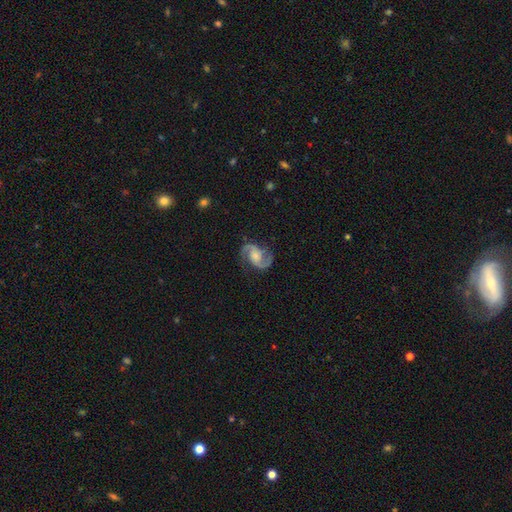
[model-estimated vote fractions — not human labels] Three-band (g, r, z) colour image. It shows a featured or disk galaxy (91%) with no bar (54%), 2 (94%) medium (60%) spiral arms (98%) and a moderate central bulge (40%). Merging: none (81%).